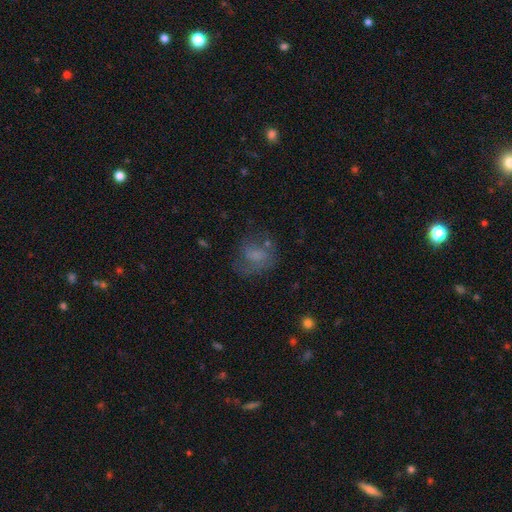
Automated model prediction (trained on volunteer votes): The model was most divided on "how rounded": round: 55%, in between: 44%, cigar-shaped: 1%. Remaining: smooth or featured — smooth (52%); merging — none (46%).